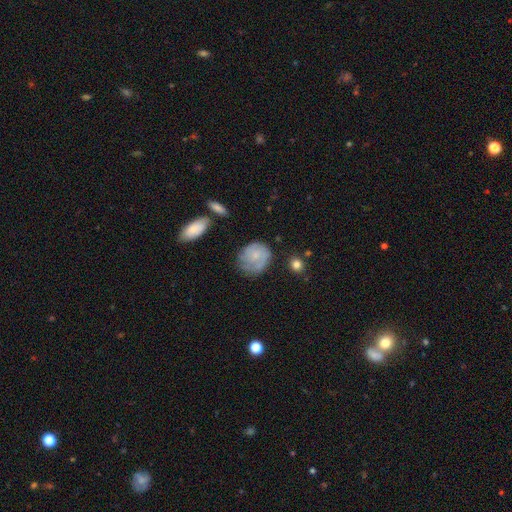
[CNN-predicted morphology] smooth_or_featured: smooth (p=0.49) [alt: featured or disk p=0.44]
merging: none (p=0.52) [alt: minor disturbance p=0.29]